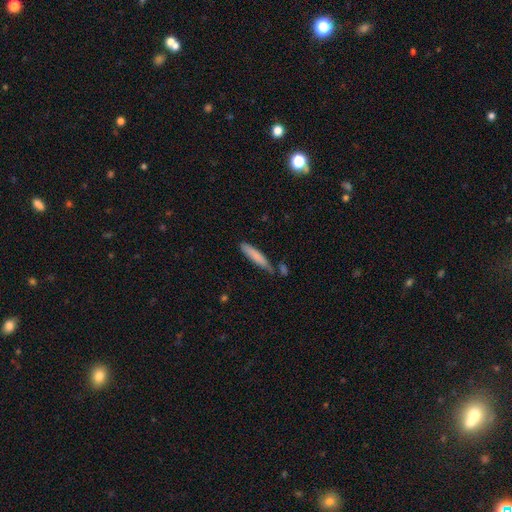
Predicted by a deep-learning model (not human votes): smooth_or_featured: smooth (p=0.80) [alt: featured or disk p=0.14]
how_rounded: cigar-shaped (p=0.85) [alt: in between p=0.13]
merging: none (p=0.67) [alt: minor disturbance p=0.19]